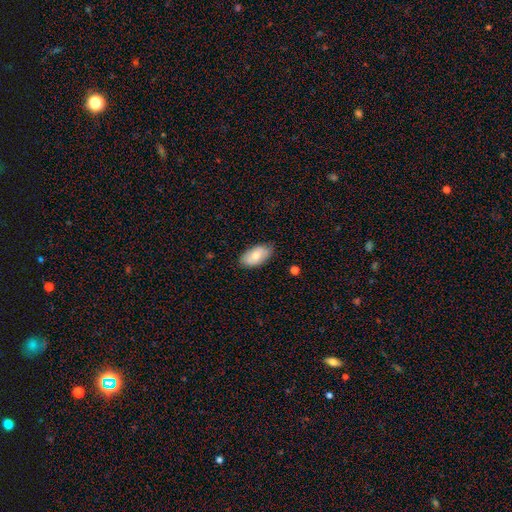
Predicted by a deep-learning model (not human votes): A smooth galaxy with no disk features (74%) that is in between round and cigar-shaped (94%).

Vote fractions:
- Smooth or featured? smooth: 74% / featured or disk: 20% / star or artifact: 6%
- How rounded? in between: 94% / round: 3% / cigar-shaped: 2%
- Merging? none: 80% / minor disturbance: 16% / major disturbance: 3% / merger: 1%